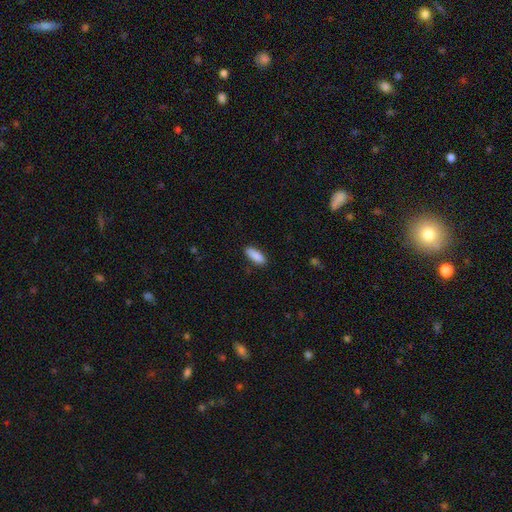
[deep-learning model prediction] Smooth or featured? smooth (89%)
How rounded? in between (64%)
Merging? none (85%)